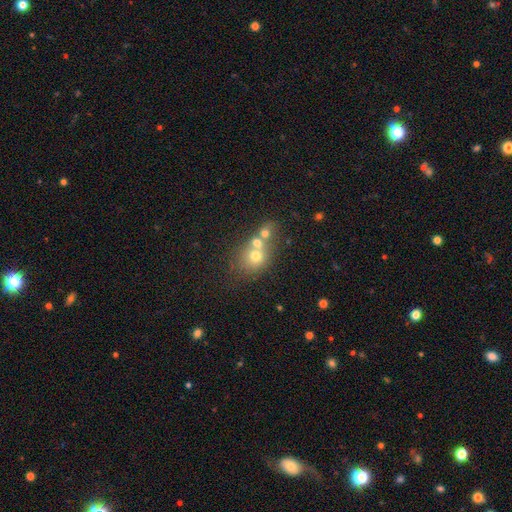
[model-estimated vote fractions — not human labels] Smooth or featured? Predicted: smooth (p=0.63). How rounded? Predicted: round (p=0.69). Merging? Predicted: merger (p=0.57).